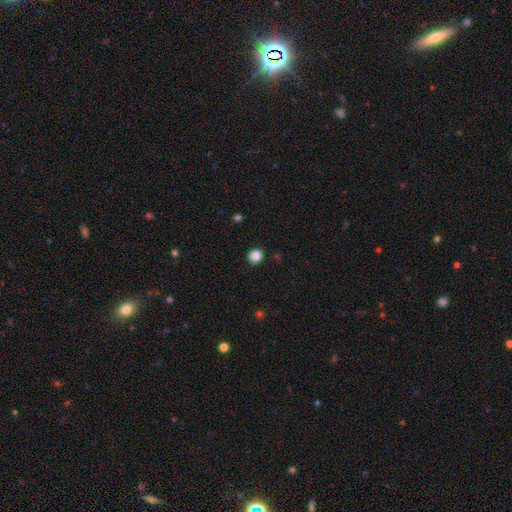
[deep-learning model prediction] Smooth or featured? smooth (86%)
How rounded? round (90%)
Merging? none (91%)